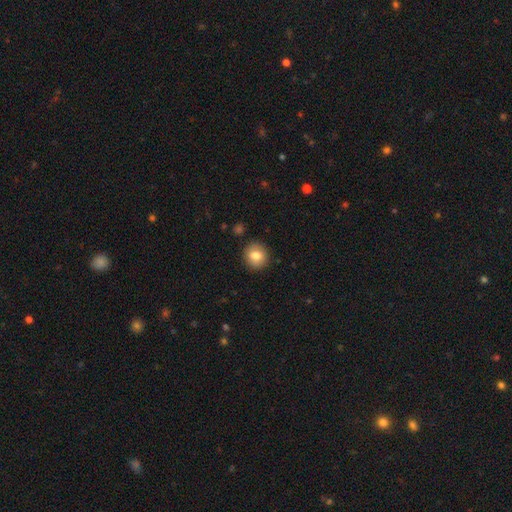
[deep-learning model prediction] This is likely a smooth galaxy (79%). How rounded: clearly round (86%). Merging: clearly none (89%).